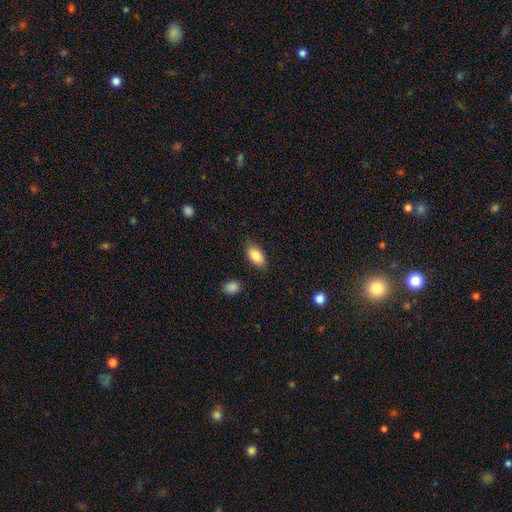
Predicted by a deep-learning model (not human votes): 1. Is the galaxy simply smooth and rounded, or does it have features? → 87% smooth, 7% star or artifact, 6% featured or disk.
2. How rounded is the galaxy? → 92% in between, 5% cigar-shaped, 4% round.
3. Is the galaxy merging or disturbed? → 82% none, 13% minor disturbance, 3% major disturbance, 2% merger.